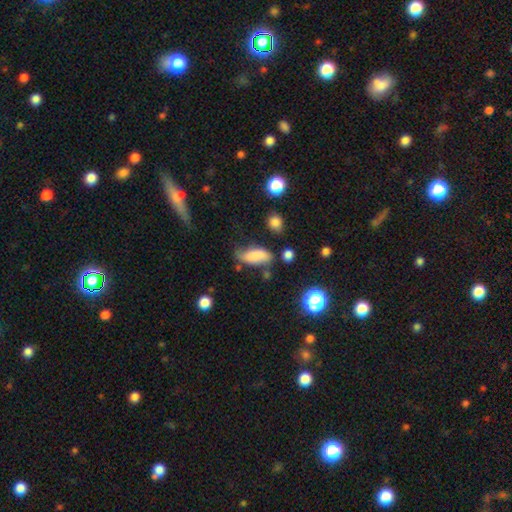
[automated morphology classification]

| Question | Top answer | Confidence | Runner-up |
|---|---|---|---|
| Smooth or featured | smooth | 74% | featured or disk (16%) |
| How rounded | in between | 81% | cigar-shaped (15%) |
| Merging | none | 55% | minor disturbance (29%) |